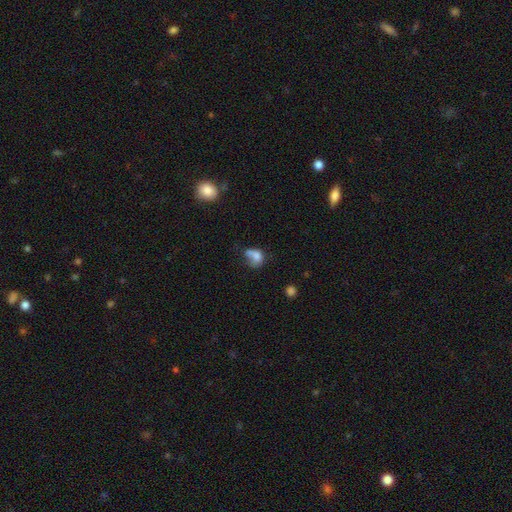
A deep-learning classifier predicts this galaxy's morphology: Overall: smooth (70%). How rounded: in between (56%; round 43%). Merging: merger (32%; none 25%).